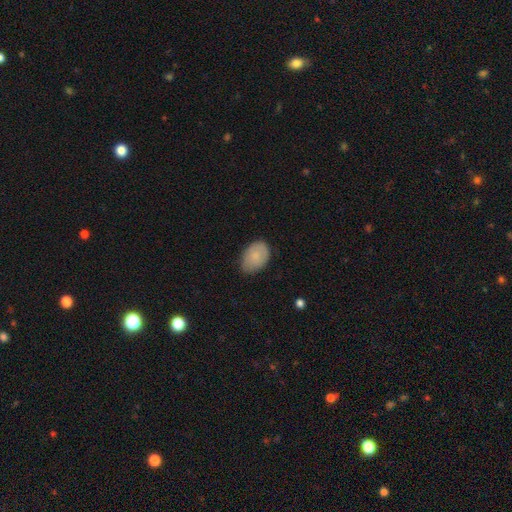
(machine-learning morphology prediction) smooth-or-featured: smooth: 80% | featured or disk: 14% | star or artifact: 6%
  how-rounded: in between: 81% | round: 18% | cigar-shaped: 1%
  merging: none: 72% | minor disturbance: 23% | major disturbance: 4% | merger: 1%